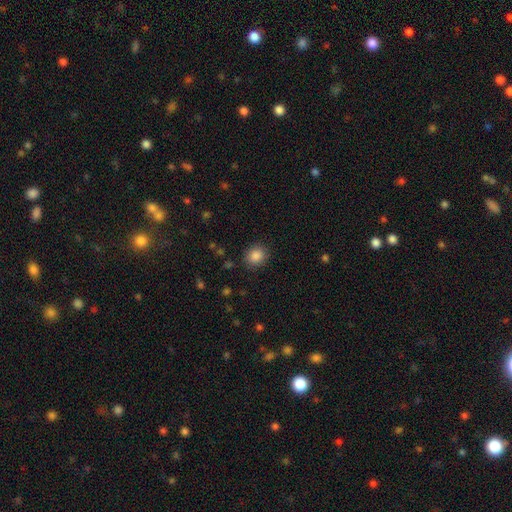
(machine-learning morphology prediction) The model was most divided on "how rounded": round: 71%, in between: 28%, cigar-shaped: 1%. More confident: merging — none (88%); smooth or featured — smooth (86%).